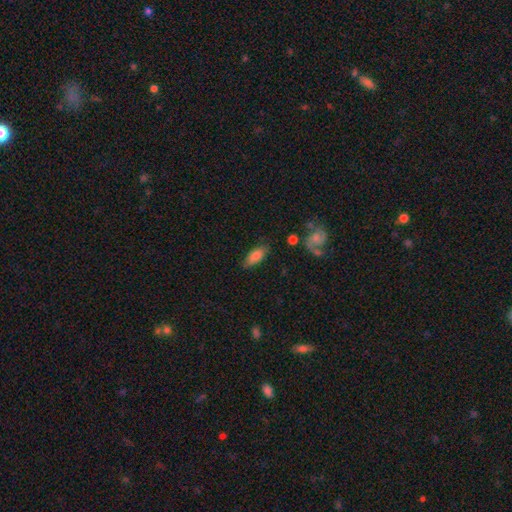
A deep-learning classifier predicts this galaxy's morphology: Q: Smooth or featured?
A: smooth (77%); runner-up: featured or disk (16%)
Q: How rounded?
A: in between (81%); runner-up: cigar-shaped (16%)
Q: Merging?
A: none (72%); runner-up: minor disturbance (20%)